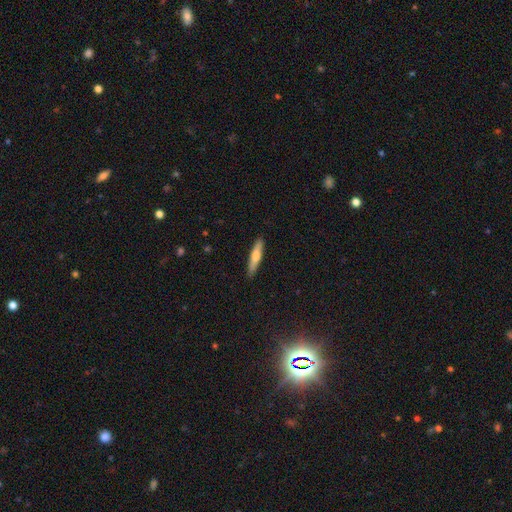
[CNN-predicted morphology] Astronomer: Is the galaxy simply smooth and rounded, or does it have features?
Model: smooth — 58% (runner-up: featured or disk, 37%).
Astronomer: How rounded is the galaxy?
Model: cigar-shaped — 89%.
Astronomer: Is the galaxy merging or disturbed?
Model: none — 90%.